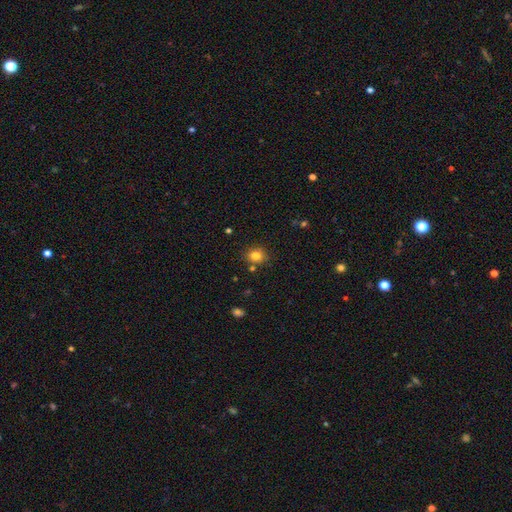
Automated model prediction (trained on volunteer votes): This appears to be a smooth galaxy with no disk features (81%) that is round (66%). Merging: none (79%).